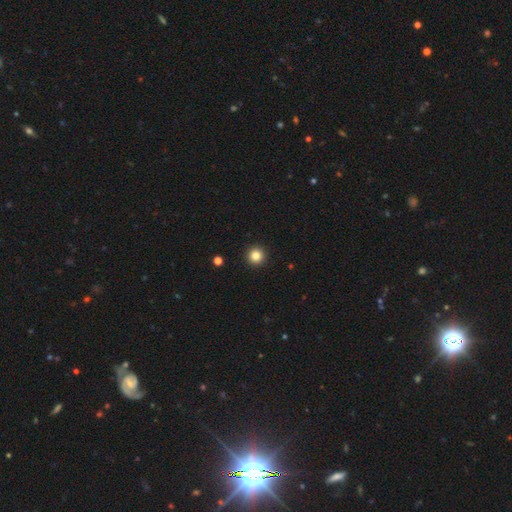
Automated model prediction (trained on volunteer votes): The model was most divided on "smooth or featured": smooth: 83%, star or artifact: 11%, featured or disk: 5%. More confident: how rounded — round (96%); merging — none (94%).